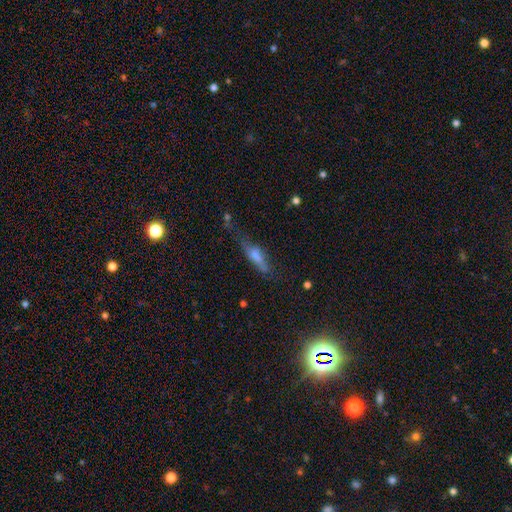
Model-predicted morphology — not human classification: type=smooth (45%); merging=none (46%).